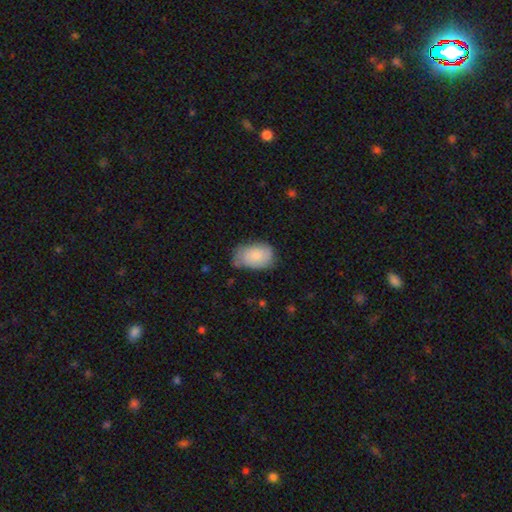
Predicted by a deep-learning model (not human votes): Smooth or featured?
  - smooth: 73% *
  - featured or disk: 21%
  - star or artifact: 6%
How rounded?
  - in between: 87% *
  - round: 11%
  - cigar-shaped: 1%
Merging?
  - none: 51% *
  - minor disturbance: 38%
  - major disturbance: 9%
  - merger: 2%